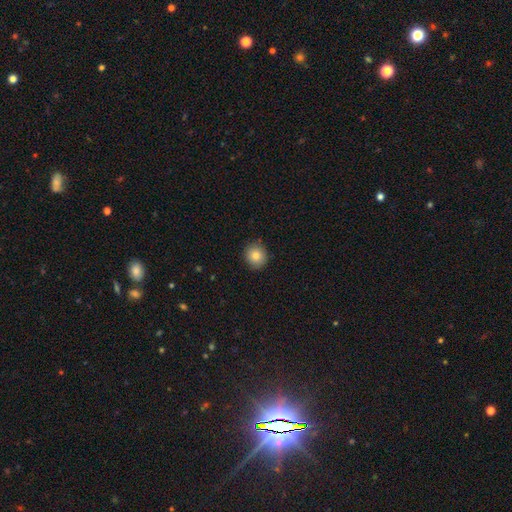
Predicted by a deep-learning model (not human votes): smooth 84%, star or artifact 10%, featured or disk 7%. Down the decision tree: how rounded — round (86%); merging — none (89%).